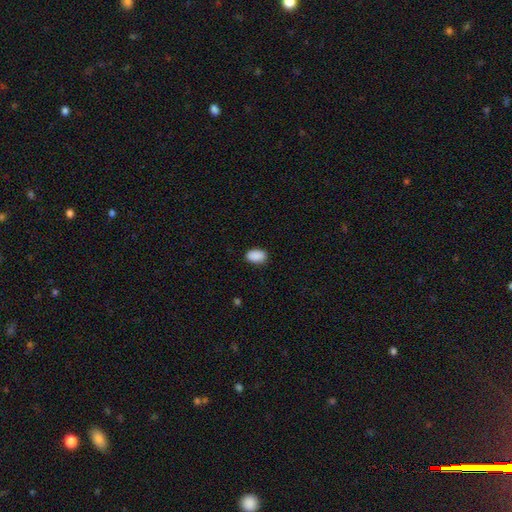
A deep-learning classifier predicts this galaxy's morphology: The model was most divided on "merging": none: 87%, minor disturbance: 10%, major disturbance: 2%, merger: 1%. More confident: how rounded — in between (91%); smooth or featured — smooth (90%).